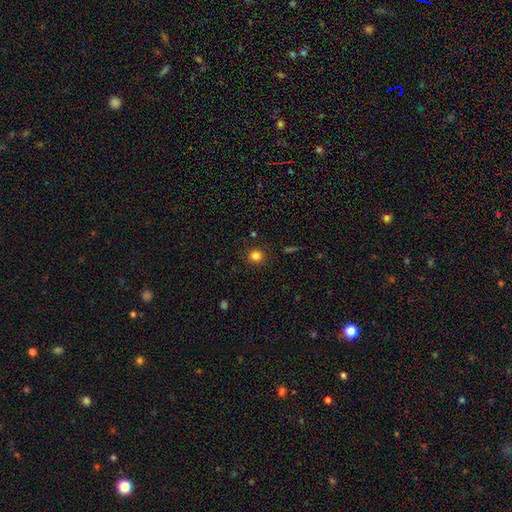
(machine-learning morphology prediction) Q: Smooth or featured?
A: smooth (83%); runner-up: star or artifact (12%)
Q: How rounded?
A: round (90%); runner-up: in between (9%)
Q: Merging?
A: none (89%); runner-up: minor disturbance (7%)